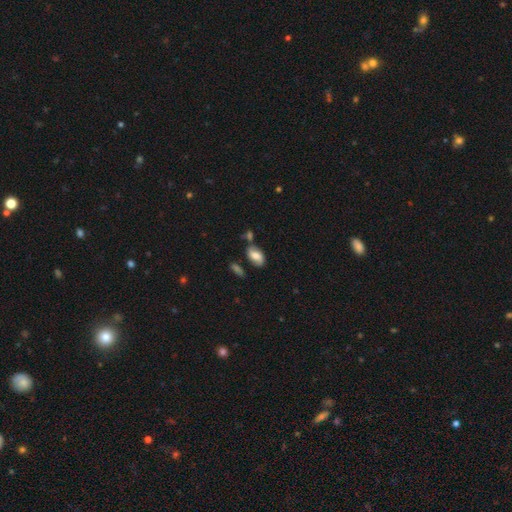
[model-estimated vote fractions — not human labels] Q: Smooth or featured?
A: smooth (60%); runner-up: featured or disk (31%)
Q: How rounded?
A: in between (91%); runner-up: round (7%)
Q: Merging?
A: none (54%); runner-up: minor disturbance (23%)